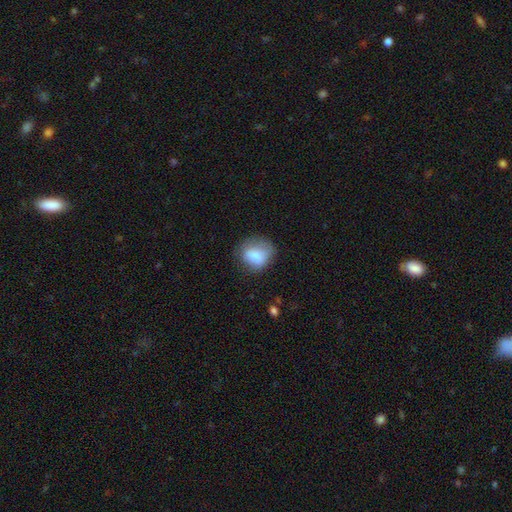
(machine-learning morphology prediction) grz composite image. It shows a smooth galaxy with no disk features (82%) that is round (61%). Merging: none (62%).